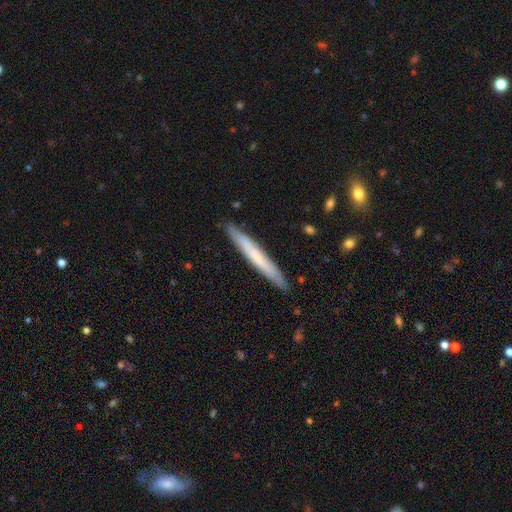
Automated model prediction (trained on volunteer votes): smooth_or_featured: smooth (p=0.58) [alt: featured or disk p=0.37]
how_rounded: cigar-shaped (p=0.96) [alt: in between p=0.02]
merging: none (p=0.89) [alt: minor disturbance p=0.08]